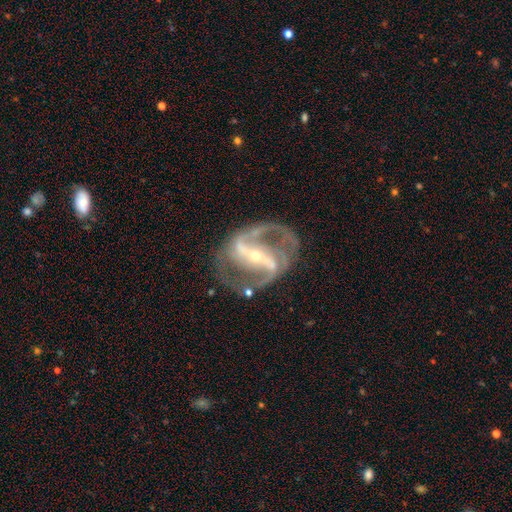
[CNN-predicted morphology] smooth_or_featured: featured or disk (p=0.92) [alt: star or artifact p=0.05]
disk_edge_on: no (p=0.96) [alt: yes p=0.04]
bar: strong (p=0.76) [alt: weak p=0.16]
has_spiral_arms: yes (p=0.97) [alt: no p=0.03]
spiral_winding: medium (p=0.55) [alt: loose p=0.28]
spiral_arm_count: 2 (p=0.90) [alt: 3 p=0.03]
bulge_size: small (p=0.73) [alt: moderate p=0.23]
merging: none (p=0.71) [alt: minor disturbance p=0.16]